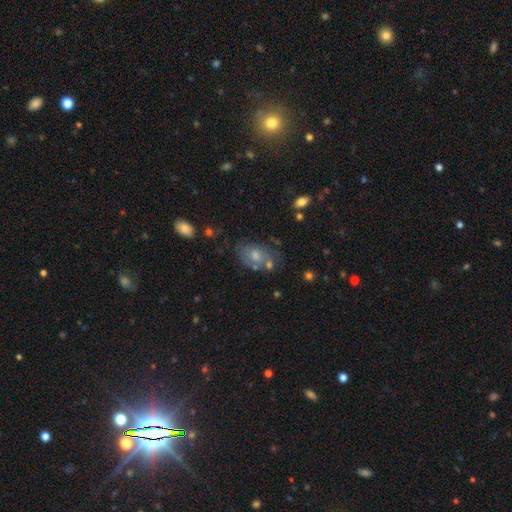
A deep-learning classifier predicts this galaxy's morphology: featured or disk 42%, smooth 38%, star or artifact 20%. Down the decision tree: merging — none (60%).